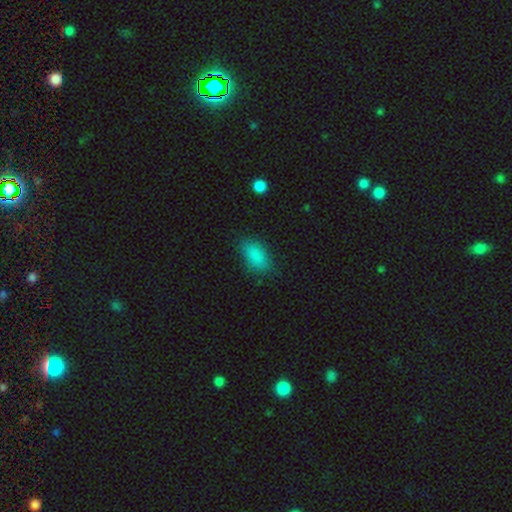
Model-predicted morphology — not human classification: A smooth galaxy with no disk features (85%) that is in between round and cigar-shaped (89%). Merging: none (76%).